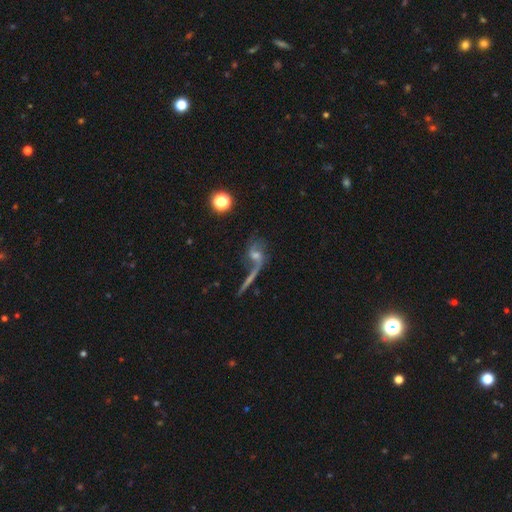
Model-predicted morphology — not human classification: Smooth or featured? featured or disk (63%)
Edge-on disk? no (84%)
Bar? no (64%)
Spiral arms? yes (71%)
Bulge size? moderate (39%, tied with small)
Merging? none (37%)